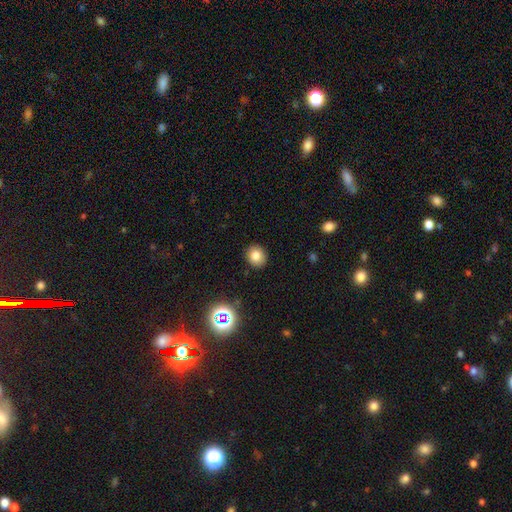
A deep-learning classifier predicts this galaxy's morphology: Smooth or featured? Predicted: smooth (p=0.80). How rounded? Predicted: round (p=0.75). Merging? Predicted: none (p=0.90).